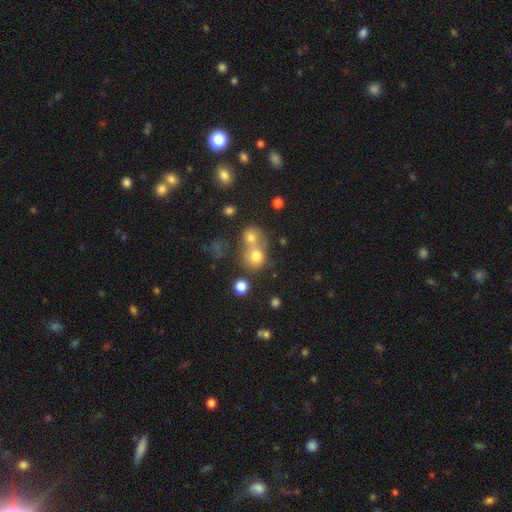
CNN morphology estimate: This appears to be a smooth galaxy with no disk features (74%) that is round (79%). Merging: merger (54%).